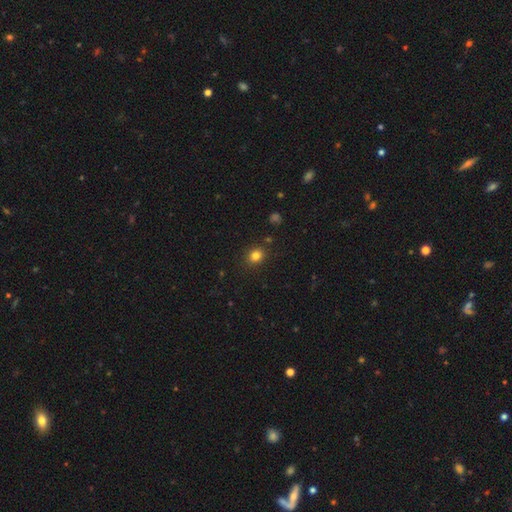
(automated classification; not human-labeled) This appears to be a smooth galaxy with no disk features (80%) that is round (70%). Merging: none (87%).